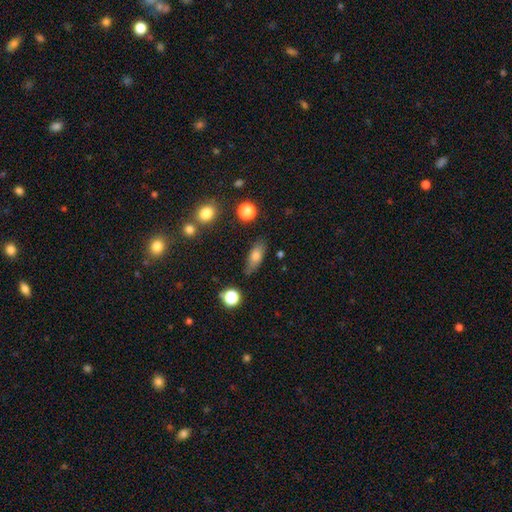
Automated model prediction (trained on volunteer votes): smooth_or_featured: smooth (p=0.74) [alt: featured or disk p=0.17]
how_rounded: in between (p=0.74) [alt: cigar-shaped p=0.20]
merging: none (p=0.76) [alt: minor disturbance p=0.17]